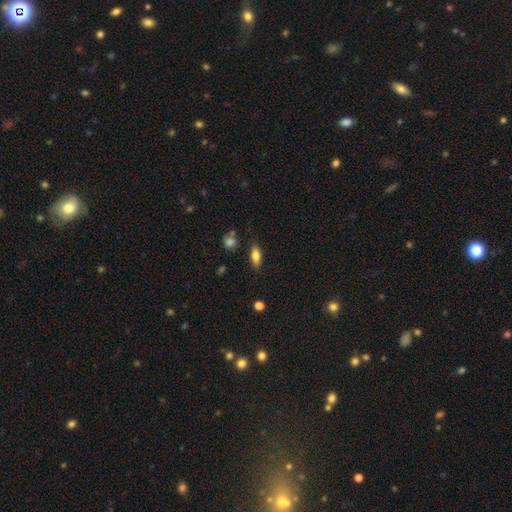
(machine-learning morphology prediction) smooth_or_featured: smooth (p=0.78) [alt: featured or disk p=0.14]
how_rounded: in between (p=0.80) [alt: cigar-shaped p=0.16]
merging: none (p=0.81) [alt: minor disturbance p=0.13]